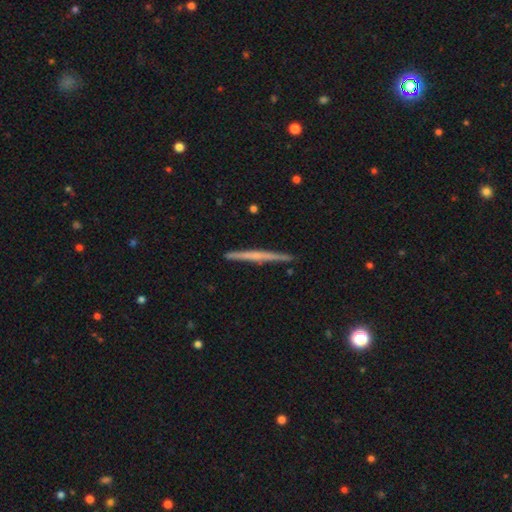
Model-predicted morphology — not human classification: A featured or disk galaxy (60%) viewed edge-on (98%) with no central bulge (68%). Merging: none (91%).